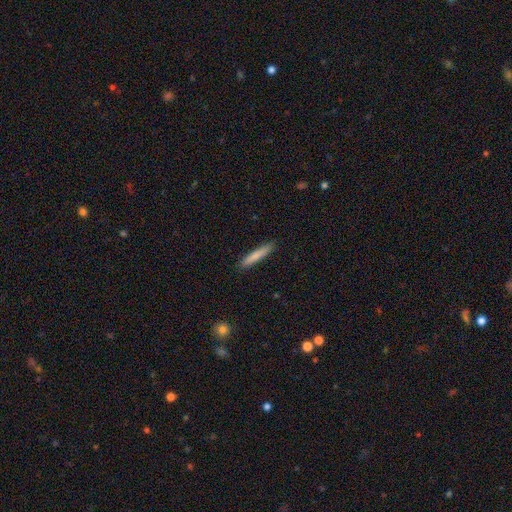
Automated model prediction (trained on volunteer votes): smooth-or-featured: smooth: 79% | featured or disk: 15% | star or artifact: 6%
  how-rounded: cigar-shaped: 93% | in between: 6% | round: 1%
  merging: none: 89% | minor disturbance: 8% | major disturbance: 2% | merger: 1%